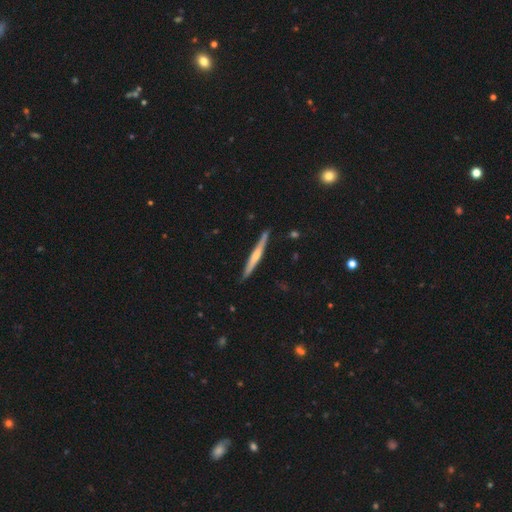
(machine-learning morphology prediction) Q: Smooth or featured?
A: featured or disk (55%); runner-up: smooth (40%)
Q: Edge-on disk?
A: yes (97%); runner-up: no (3%)
Q: Edge-on bulge?
A: rounded (54%); runner-up: none (35%)
Q: Merging?
A: none (86%); runner-up: minor disturbance (10%)